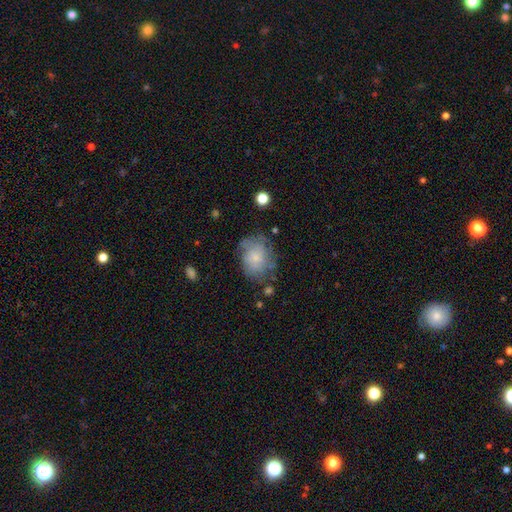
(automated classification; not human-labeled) Overall: smooth (61%; featured or disk 30%). How rounded: round (55%; in between 44%). Merging: none (56%; minor disturbance 26%).